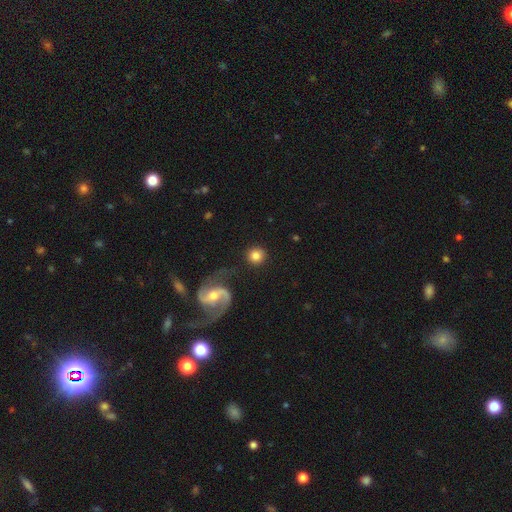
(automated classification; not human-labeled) A smooth galaxy with no disk features (75%) that is round (94%).

Vote fractions:
- Smooth or featured? smooth: 75% / featured or disk: 17% / star or artifact: 8%
- How rounded? round: 94% / in between: 5% / cigar-shaped: 1%
- Merging? none: 84% / minor disturbance: 8% / merger: 4% / major disturbance: 4%